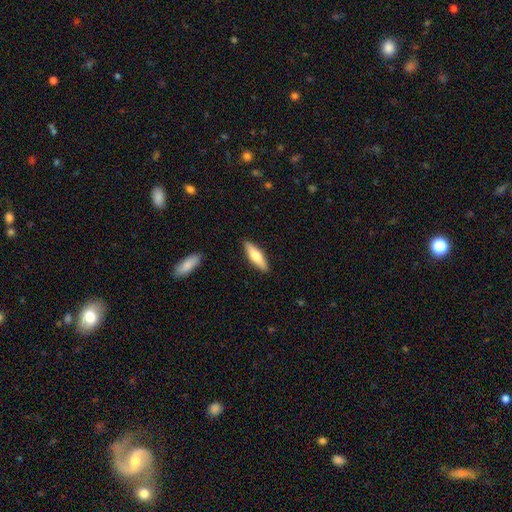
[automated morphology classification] type=smooth (64%); roundness=cigar-shaped (58%); merging=none (88%).